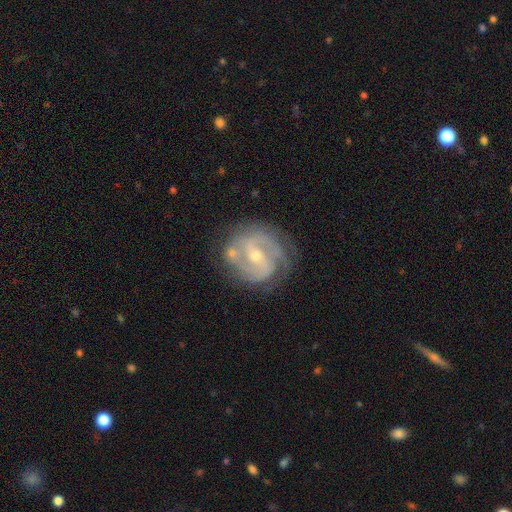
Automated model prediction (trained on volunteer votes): Smooth or featured? featured or disk (89%)
Edge-on disk? no (98%)
Bar? weak (45%)
Spiral arms? yes (97%)
Spiral winding? tight (46%)
Spiral arm count? 2 (60%)
Bulge size? small (56%)
Merging? none (71%)